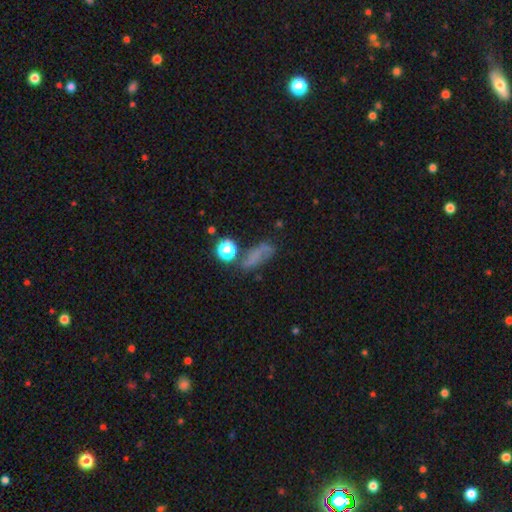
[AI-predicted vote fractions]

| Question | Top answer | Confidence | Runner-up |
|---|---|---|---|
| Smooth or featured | smooth | 51% | featured or disk (25%) |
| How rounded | in between | 60% | cigar-shaped (20%) |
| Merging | none | 45% | minor disturbance (23%) |